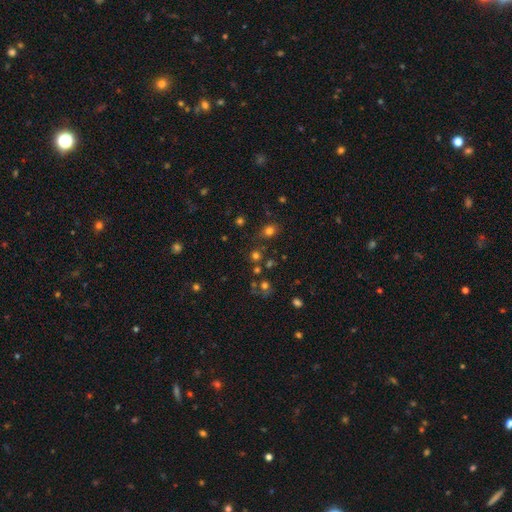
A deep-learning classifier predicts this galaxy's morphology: Smooth or featured: smooth — 65% (star or artifact — 28%)
How rounded: round — 83% (in between — 15%)
Merging: none — 74% (merger — 12%)